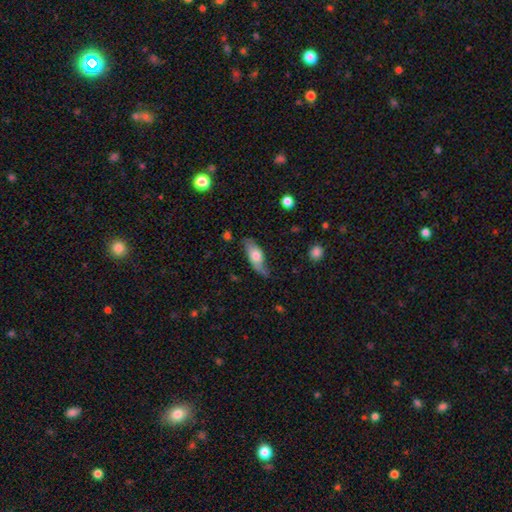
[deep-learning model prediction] The model was most divided on "merging": none: 56%, minor disturbance: 33%, major disturbance: 9%, merger: 3%. More confident: how rounded — in between (74%); smooth or featured — smooth (59%).